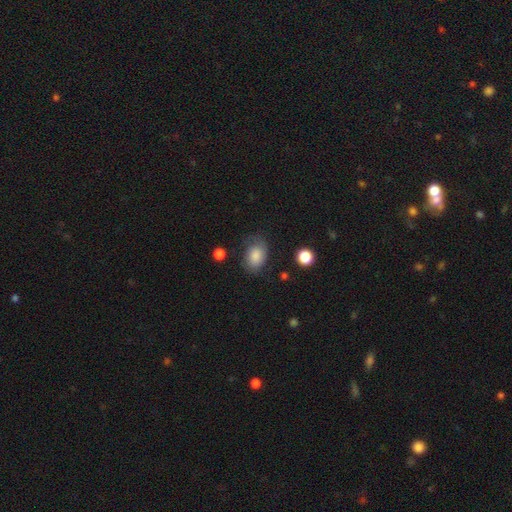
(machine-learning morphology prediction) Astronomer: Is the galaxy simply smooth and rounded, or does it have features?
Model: smooth — 77%.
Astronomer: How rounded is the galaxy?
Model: in between — 77%.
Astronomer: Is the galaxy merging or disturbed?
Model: none — 62%.